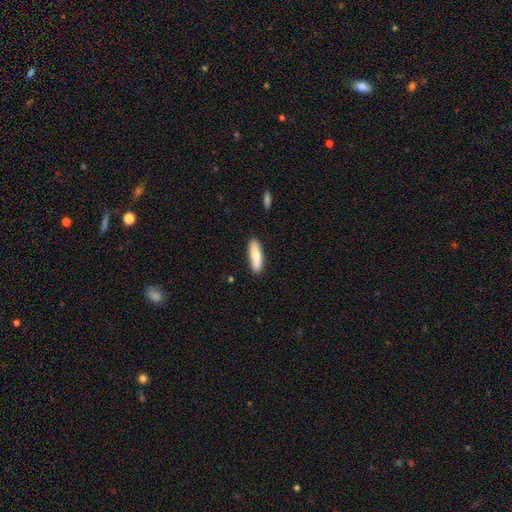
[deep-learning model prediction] A smooth galaxy with no disk features (76%) that is cigar-shaped (62%). Merging: none (85%).